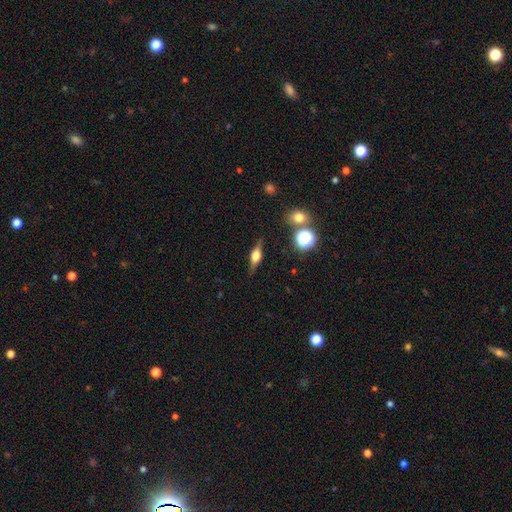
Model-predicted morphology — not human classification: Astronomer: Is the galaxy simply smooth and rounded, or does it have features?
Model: featured or disk — 65%.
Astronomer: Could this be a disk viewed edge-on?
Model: yes — 95%.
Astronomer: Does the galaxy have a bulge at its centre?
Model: rounded — 90%.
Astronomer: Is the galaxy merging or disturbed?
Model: none — 83%.